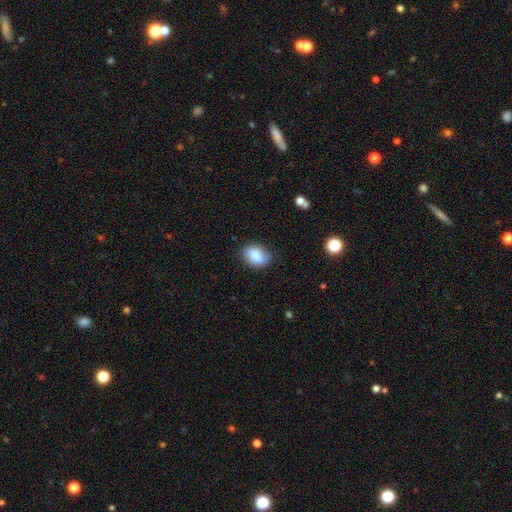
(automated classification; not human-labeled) smooth 84%, featured or disk 9%, star or artifact 8%. Down the decision tree: how rounded — in between (76%); merging — none (73%).